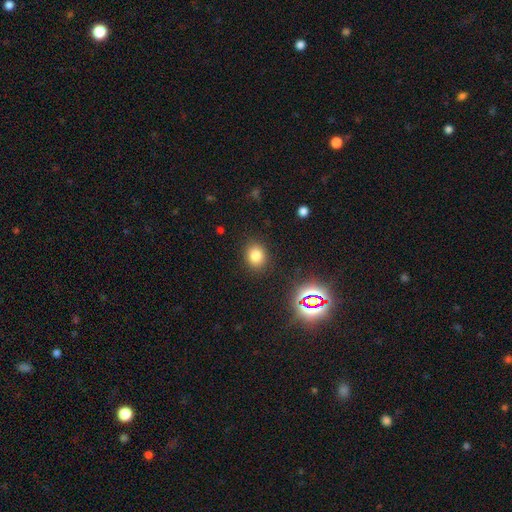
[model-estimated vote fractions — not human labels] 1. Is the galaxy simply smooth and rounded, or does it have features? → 78% smooth, 15% star or artifact, 6% featured or disk.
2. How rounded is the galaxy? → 65% round, 34% in between, 1% cigar-shaped.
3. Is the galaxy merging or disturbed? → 87% none, 8% minor disturbance, 3% major disturbance, 2% merger.